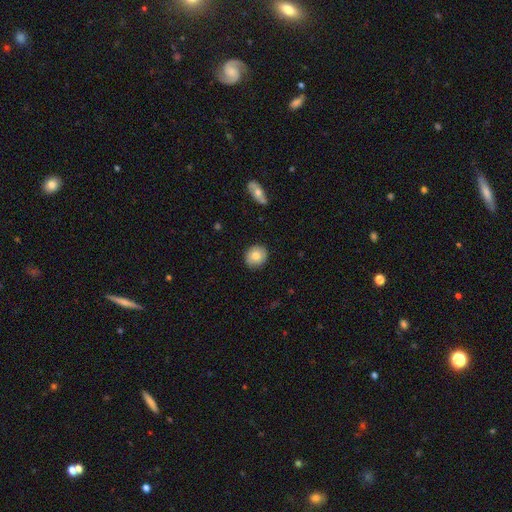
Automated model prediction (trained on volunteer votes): The model was most divided on "how rounded": round: 81%, in between: 18%, cigar-shaped: 1%. More confident: merging — none (88%); smooth or featured — smooth (79%).